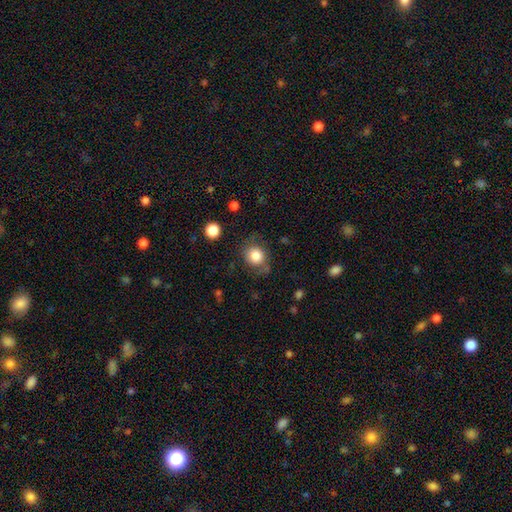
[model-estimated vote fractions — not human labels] This appears to be a smooth galaxy with no disk features (81%) that is round (77%). Merging: none (69%).